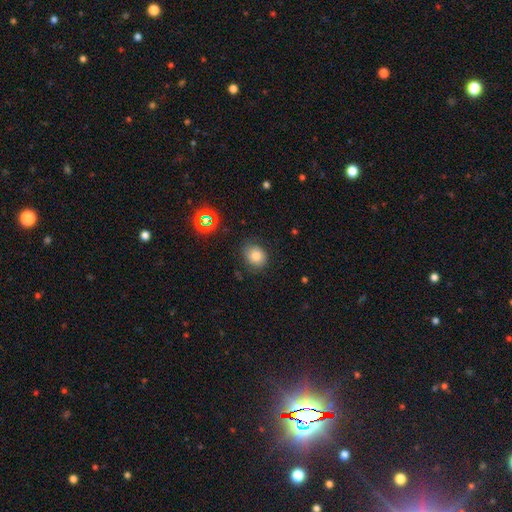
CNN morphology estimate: smooth 77%, star or artifact 14%, featured or disk 10%. Down the decision tree: how rounded — round (58%); merging — none (76%).